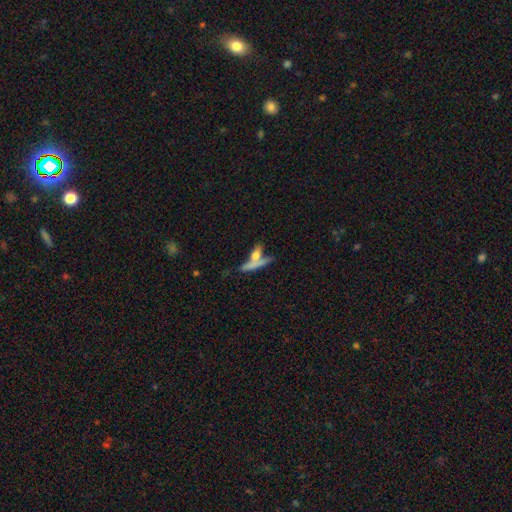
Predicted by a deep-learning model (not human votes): This appears to be a smooth galaxy with no disk features (61%) that is cigar-shaped (65%). Merging: none (43%).